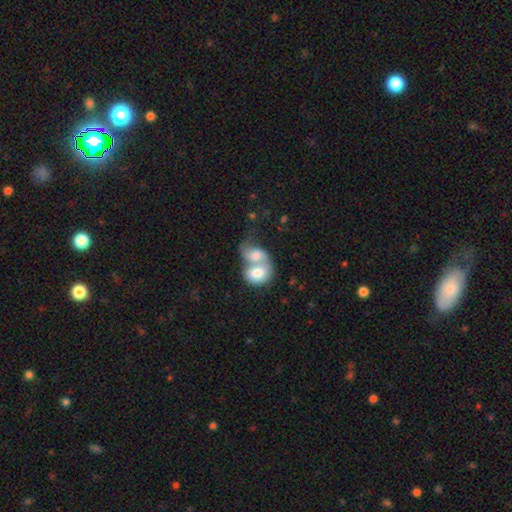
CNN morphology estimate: This appears to be a smooth galaxy with no disk features (65%) that is in between round and cigar-shaped (66%). Merging: merger (82%).